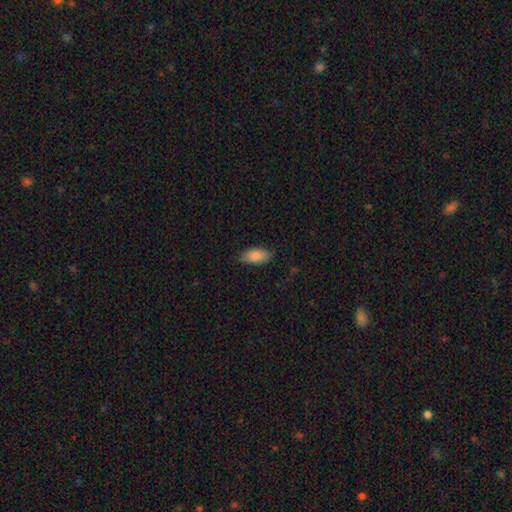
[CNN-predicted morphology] Q: Smooth or featured?
A: smooth (85%); runner-up: featured or disk (9%)
Q: How rounded?
A: in between (90%); runner-up: cigar-shaped (8%)
Q: Merging?
A: none (77%); runner-up: minor disturbance (18%)